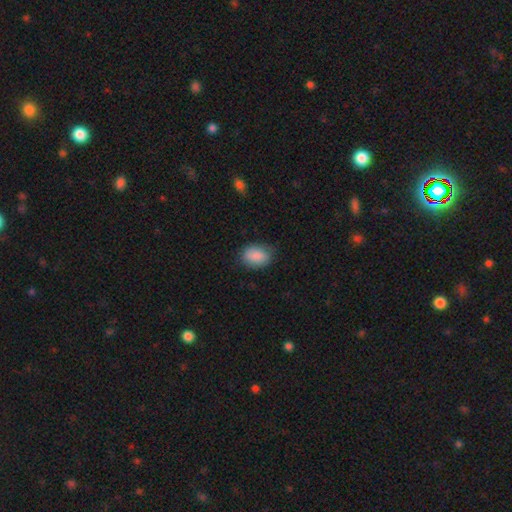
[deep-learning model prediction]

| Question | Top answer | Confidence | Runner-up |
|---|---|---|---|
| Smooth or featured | smooth | 86% | featured or disk (7%) |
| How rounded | in between | 75% | round (24%) |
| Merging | none | 74% | minor disturbance (21%) |